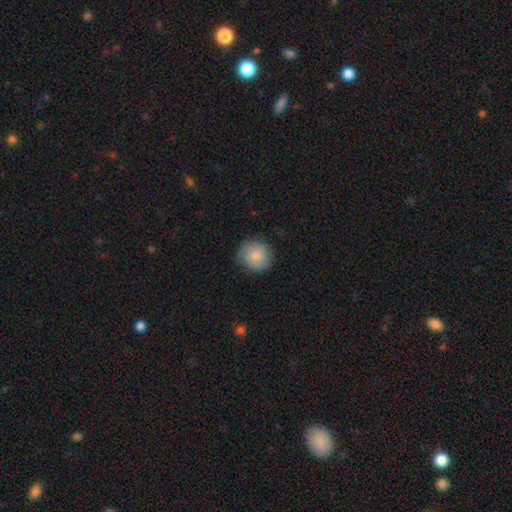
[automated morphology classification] type=smooth (82%); roundness=round (88%); merging=none (80%).